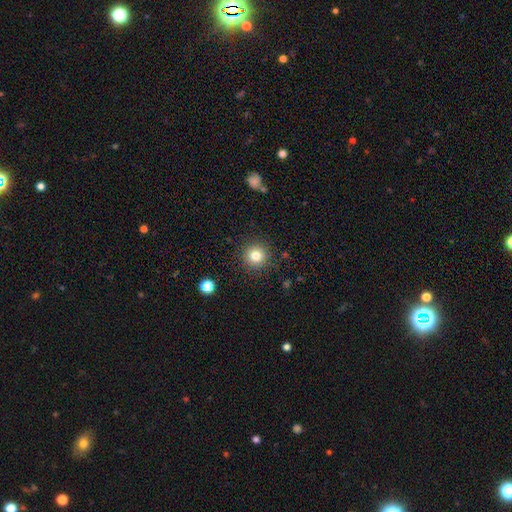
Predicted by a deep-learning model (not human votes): This appears to be a smooth galaxy with no disk features (80%) that is round (95%). Merging: none (90%).